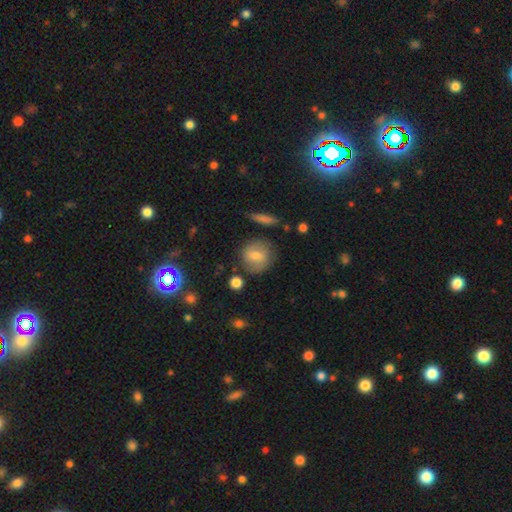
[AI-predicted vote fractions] A smooth galaxy with no disk features (65%) that is round (83%).

Vote fractions:
- Smooth or featured? smooth: 65% / featured or disk: 23% / star or artifact: 12%
- How rounded? round: 83% / in between: 15% / cigar-shaped: 2%
- Merging? none: 78% / minor disturbance: 14% / major disturbance: 5% / merger: 4%